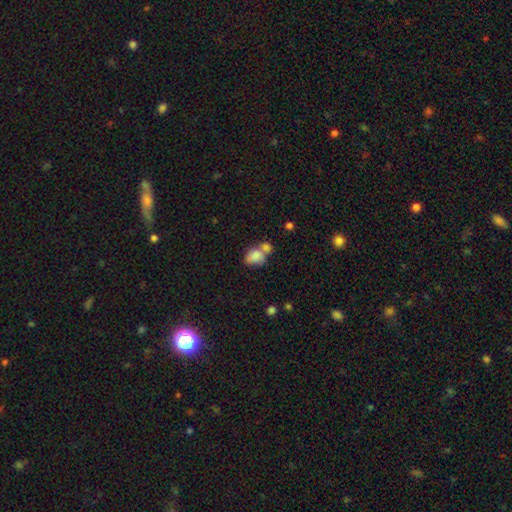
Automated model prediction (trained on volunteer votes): Smooth or featured? Predicted: smooth (p=0.81). How rounded? Predicted: in between (p=0.70). Merging? Predicted: merger (p=0.55).